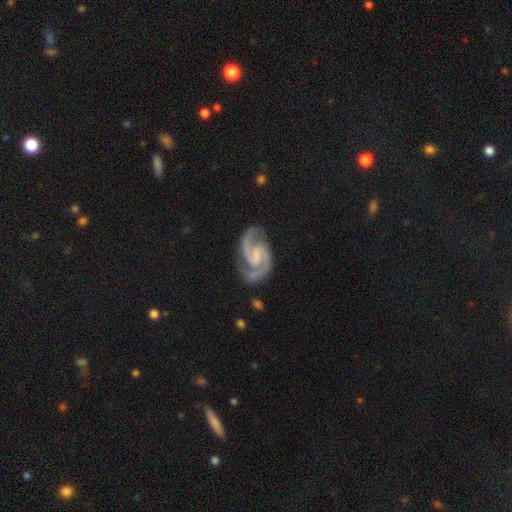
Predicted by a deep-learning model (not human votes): Q: Smooth or featured?
A: featured or disk (93%); runner-up: smooth (4%)
Q: Edge-on disk?
A: no (98%); runner-up: yes (2%)
Q: Bar?
A: weak (51%); runner-up: no (26%)
Q: Spiral arms?
A: yes (98%); runner-up: no (2%)
Q: Spiral winding?
A: medium (59%); runner-up: tight (29%)
Q: Spiral arm count?
A: 2 (94%); runner-up: can't tell (2%)
Q: Bulge size?
A: none (44%); runner-up: small (36%)
Q: Merging?
A: none (79%); runner-up: minor disturbance (15%)